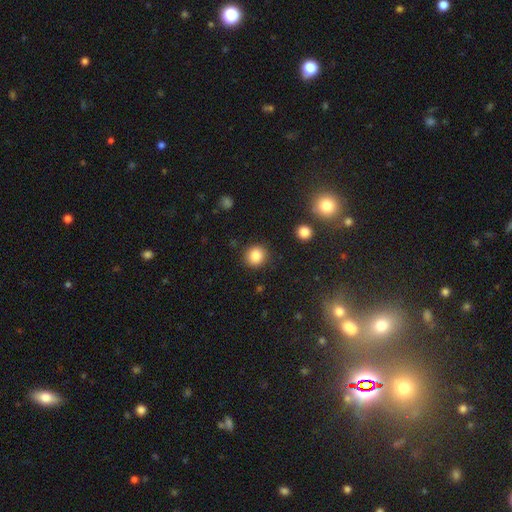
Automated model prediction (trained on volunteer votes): smooth 86%, star or artifact 10%, featured or disk 4%. Down the decision tree: how rounded — round (87%); merging — none (89%).